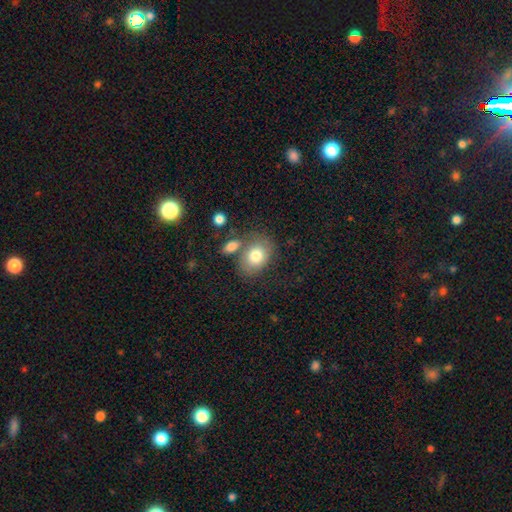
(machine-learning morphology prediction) Overall: smooth (78%). How rounded: in between (72%). Merging: none (61%).